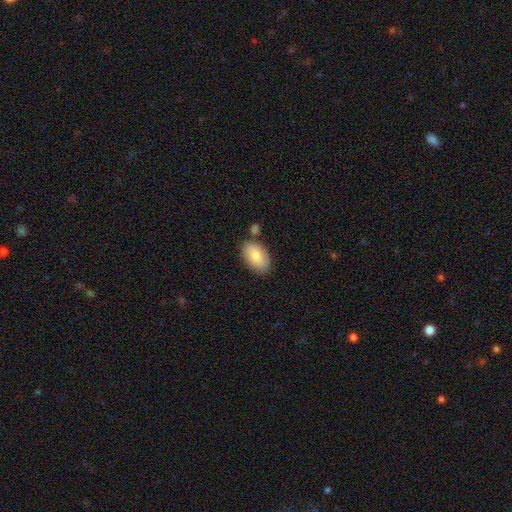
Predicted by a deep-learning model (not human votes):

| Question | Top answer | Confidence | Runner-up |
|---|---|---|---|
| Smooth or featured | smooth | 83% | featured or disk (11%) |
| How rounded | in between | 93% | round (6%) |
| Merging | none | 76% | minor disturbance (14%) |